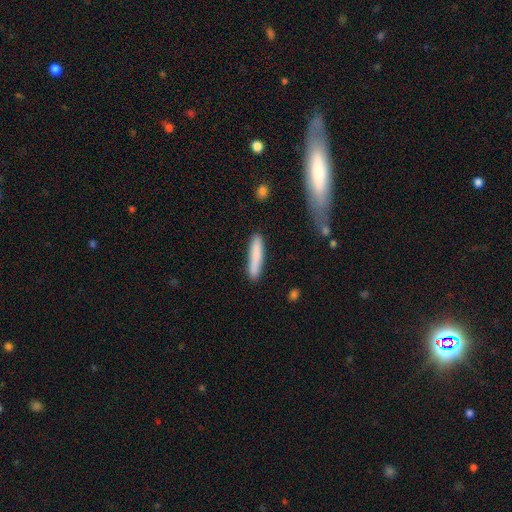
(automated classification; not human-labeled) Overall: smooth (81%). How rounded: cigar-shaped (90%). Merging: none (84%).